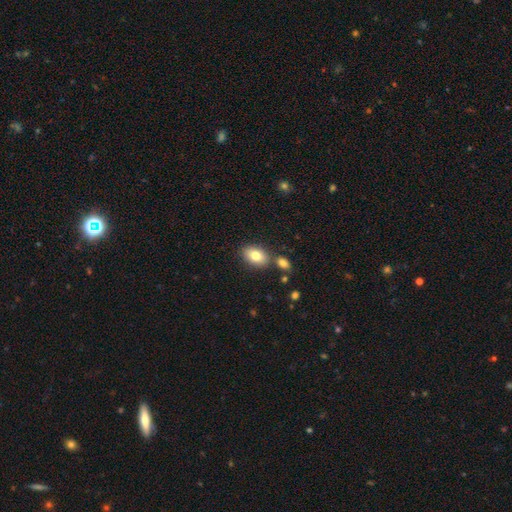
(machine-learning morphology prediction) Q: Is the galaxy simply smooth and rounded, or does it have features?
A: smooth — 80%.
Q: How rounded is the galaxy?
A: in between — 86%.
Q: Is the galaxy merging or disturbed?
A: none — 73%.